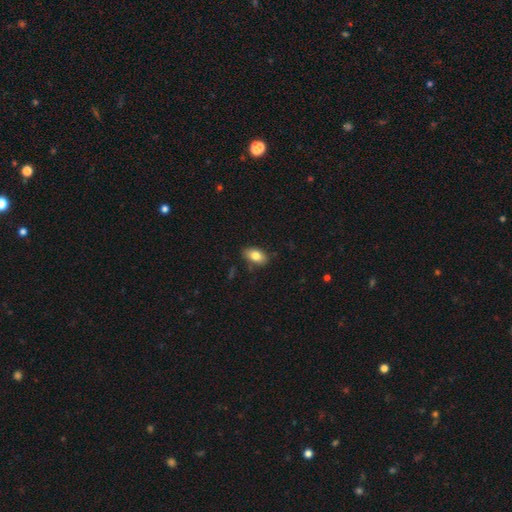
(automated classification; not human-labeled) smooth-or-featured: smooth: 82% | featured or disk: 11% | star or artifact: 8%
  how-rounded: in between: 90% | round: 7% | cigar-shaped: 2%
  merging: none: 84% | minor disturbance: 12% | major disturbance: 2% | merger: 2%